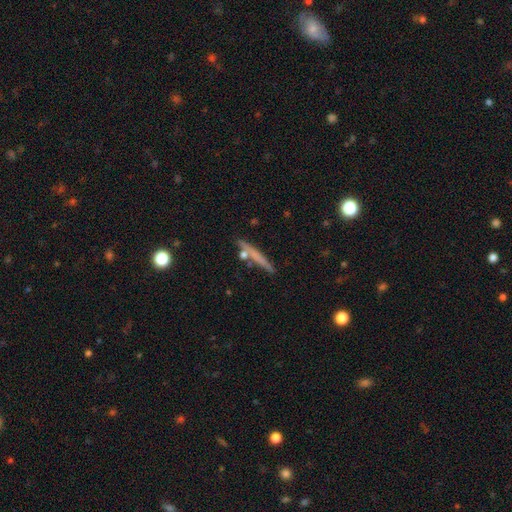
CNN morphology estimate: Smooth or featured? Predicted: smooth (p=0.50). How rounded? Predicted: cigar-shaped (p=0.93). Merging? Predicted: none (p=0.79).